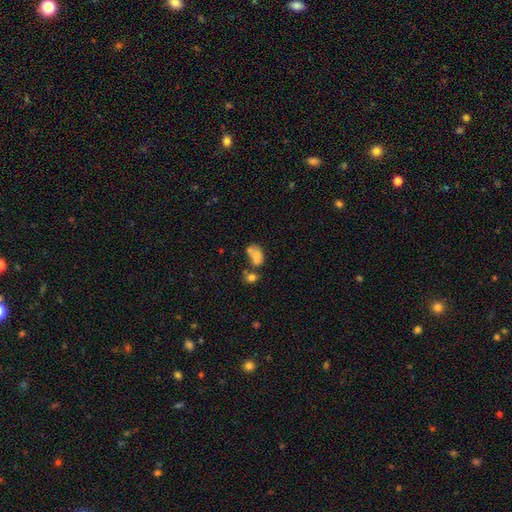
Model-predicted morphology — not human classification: smooth_or_featured: smooth (p=0.68) [alt: featured or disk p=0.21]
how_rounded: in between (p=0.82) [alt: round p=0.16]
merging: merger (p=0.45) [alt: none p=0.27]